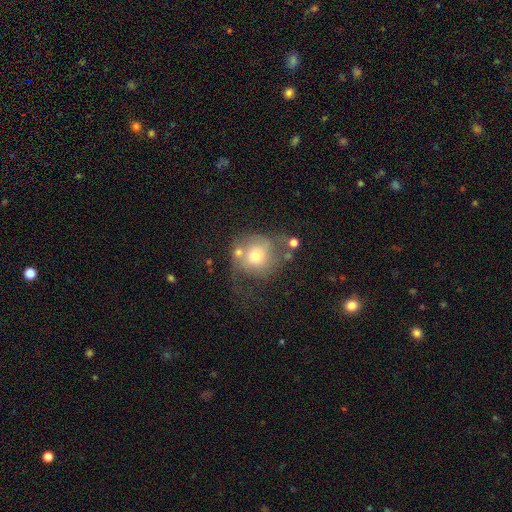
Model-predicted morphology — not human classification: smooth_or_featured: smooth (p=0.50) [alt: featured or disk p=0.40]
how_rounded: round (p=0.81) [alt: in between p=0.18]
merging: none (p=0.36) [alt: major disturbance p=0.29]